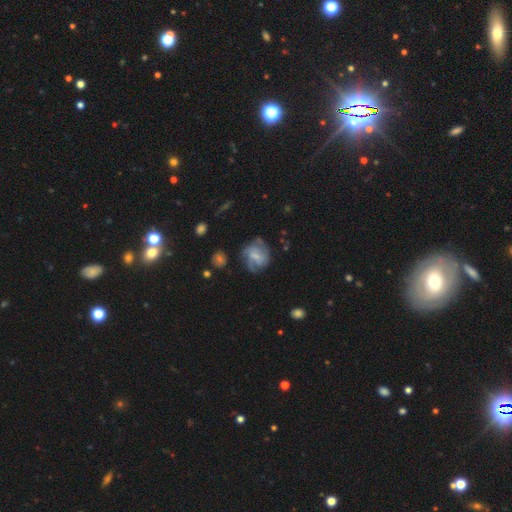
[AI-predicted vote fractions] Smooth or featured? featured or disk (63%)
Edge-on disk? no (97%)
Bar? weak (48%)
Spiral arms? yes (83%)
Spiral winding? medium (43%)
Spiral arm count? can't tell (34%)
Bulge size? small (44%)
Merging? none (59%)